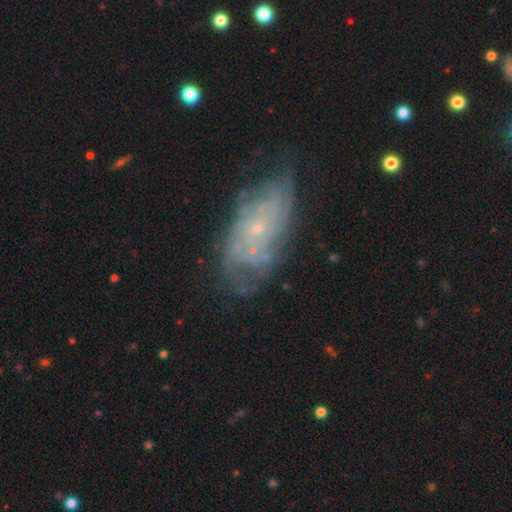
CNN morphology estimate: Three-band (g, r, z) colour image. It shows a featured or disk galaxy (77%) with no bar (82%), tight (62%) spiral arms (83%) and a small central bulge (83%). Merging: none (60%).